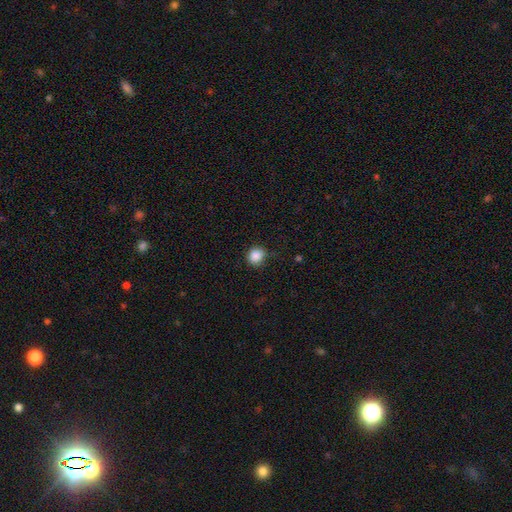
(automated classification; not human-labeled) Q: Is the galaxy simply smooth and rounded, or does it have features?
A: smooth — 87%.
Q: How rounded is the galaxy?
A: round — 83%.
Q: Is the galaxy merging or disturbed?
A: none — 79%.